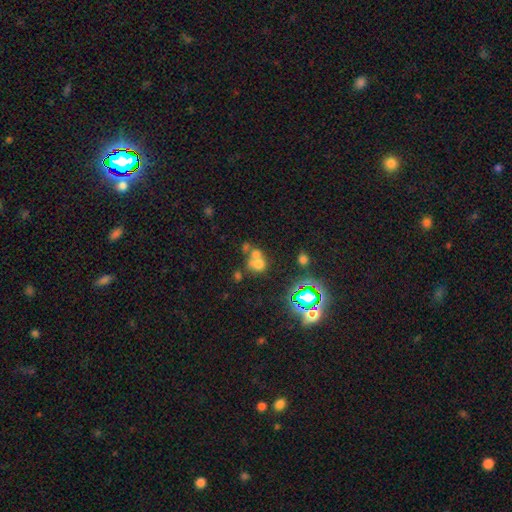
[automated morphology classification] This is possibly a smooth galaxy (55%). How rounded: likely round (73%). Merging: possibly merger (53%).